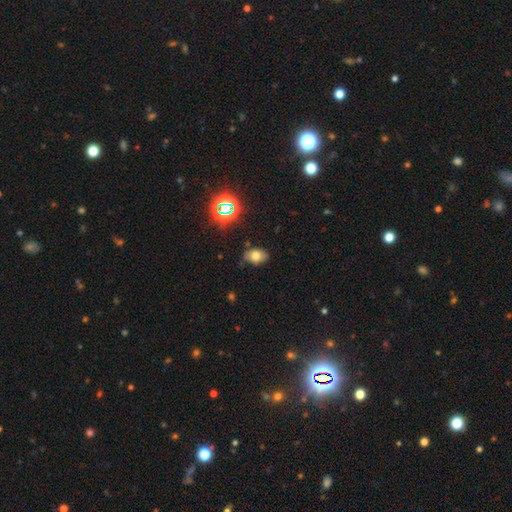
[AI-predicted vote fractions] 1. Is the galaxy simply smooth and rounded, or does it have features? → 68% smooth, 17% star or artifact, 15% featured or disk.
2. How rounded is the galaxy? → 80% in between, 19% round, 1% cigar-shaped.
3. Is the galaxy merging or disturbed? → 70% none, 23% minor disturbance, 5% major disturbance, 3% merger.